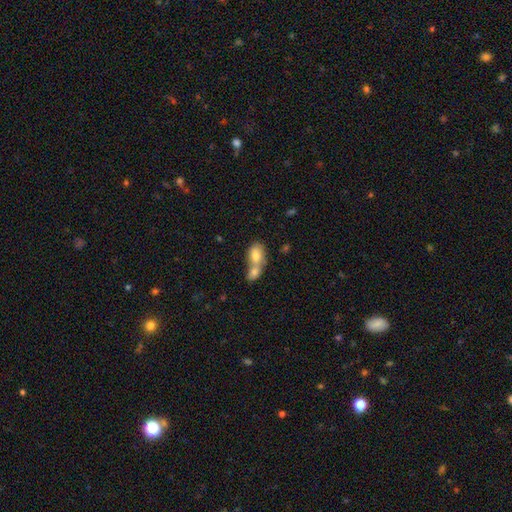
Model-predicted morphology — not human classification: Smooth or featured? Predicted: smooth (p=0.77). How rounded? Predicted: in between (p=0.83). Merging? Predicted: merger (p=0.71).